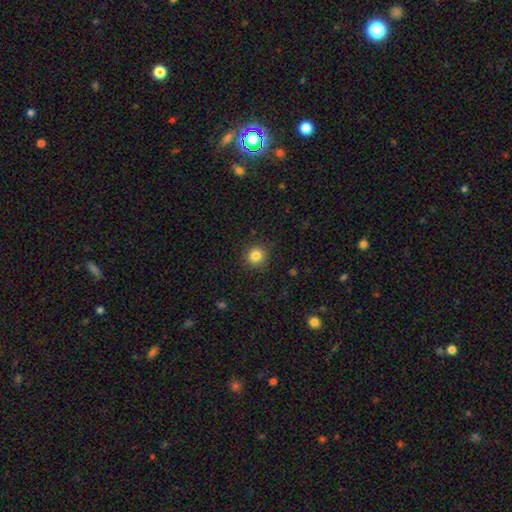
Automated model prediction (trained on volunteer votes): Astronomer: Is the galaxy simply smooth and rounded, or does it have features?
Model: smooth — 84%.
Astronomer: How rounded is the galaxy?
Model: round — 92%.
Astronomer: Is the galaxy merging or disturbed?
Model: none — 90%.